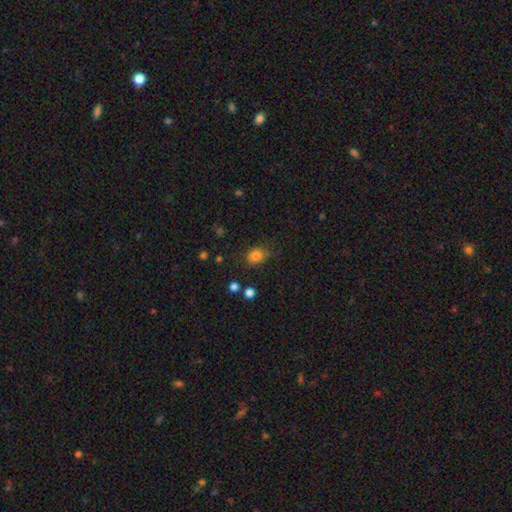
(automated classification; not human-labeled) This is clearly a smooth galaxy (81%). How rounded: possibly round (50%). Merging: likely none (68%).